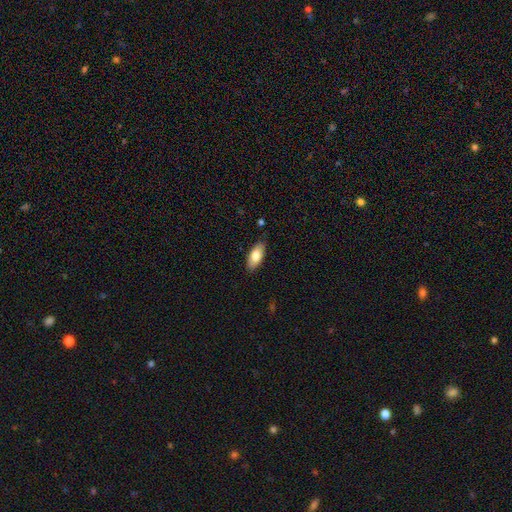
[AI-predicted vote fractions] The model was most divided on "smooth or featured": smooth: 80%, featured or disk: 14%, star or artifact: 6%. More confident: merging — none (86%); how rounded — in between (86%).